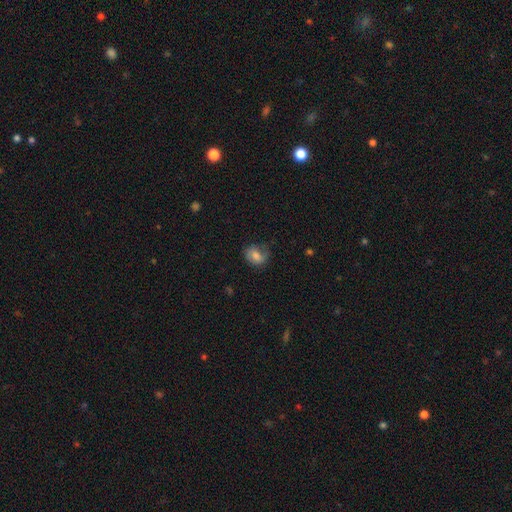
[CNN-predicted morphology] Q: Smooth or featured?
A: smooth (71%); runner-up: featured or disk (20%)
Q: How rounded?
A: in between (54%); runner-up: round (45%)
Q: Merging?
A: none (53%); runner-up: minor disturbance (30%)